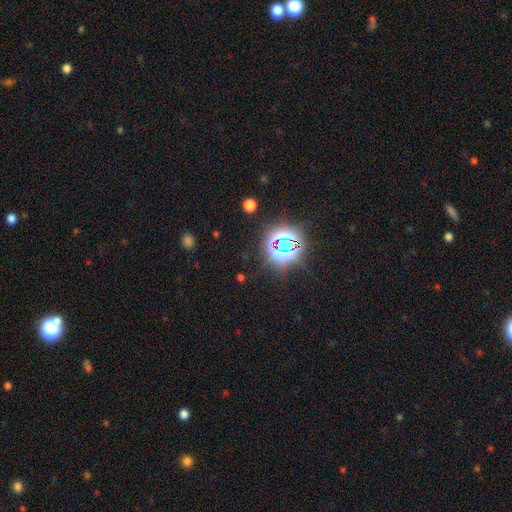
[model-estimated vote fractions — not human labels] Smooth or featured? star or artifact (81%)